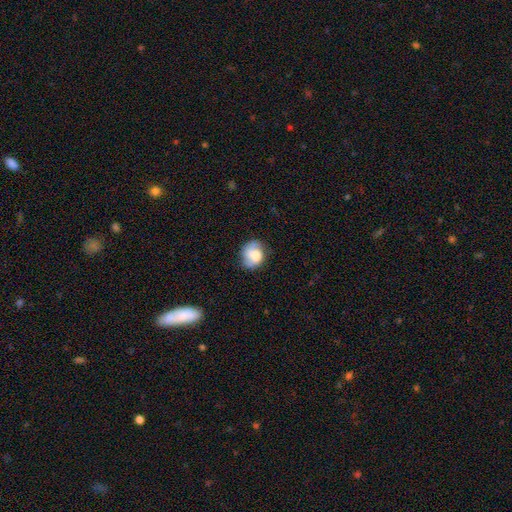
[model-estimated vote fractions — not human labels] This appears to be a smooth galaxy with no disk features (63%) that is round (64%). Merging: none (63%).